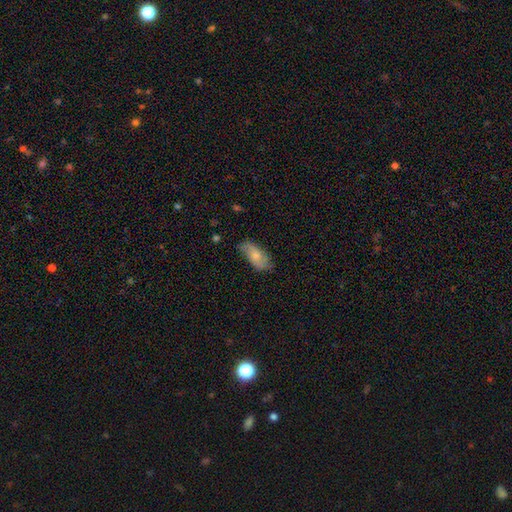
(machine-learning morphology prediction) smooth 62%, featured or disk 32%, star or artifact 7%. Down the decision tree: how rounded — in between (90%); merging — none (63%).